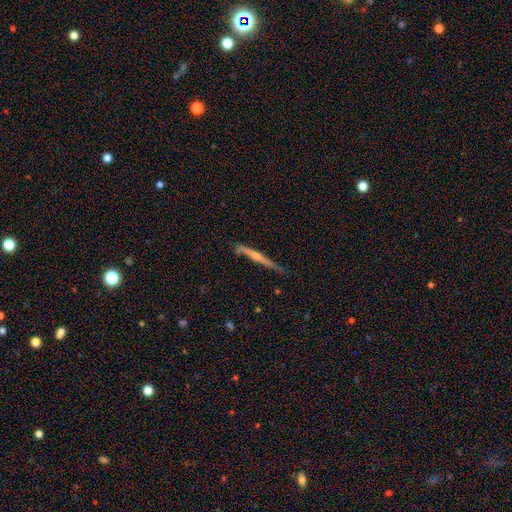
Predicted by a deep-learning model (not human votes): Morphology: type=featured or disk (68%); edge-on=yes (96%); edge-on bulge=rounded (62%); merging=none (83%).